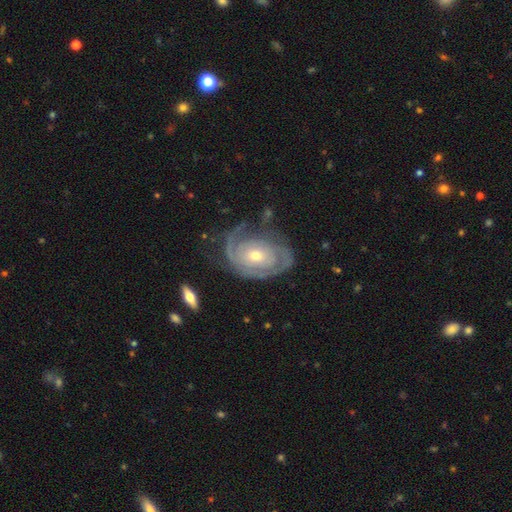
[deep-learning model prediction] smooth_or_featured: featured or disk (p=0.87) [alt: smooth p=0.09]
disk_edge_on: no (p=0.96) [alt: yes p=0.04]
bar: no (p=0.75) [alt: weak p=0.20]
has_spiral_arms: yes (p=0.93) [alt: no p=0.07]
spiral_winding: tight (p=0.71) [alt: medium p=0.22]
spiral_arm_count: 2 (p=0.39) [alt: can't tell p=0.29]
bulge_size: small (p=0.48) [tied with: moderate p=0.48]
merging: none (p=0.63) [alt: minor disturbance p=0.21]